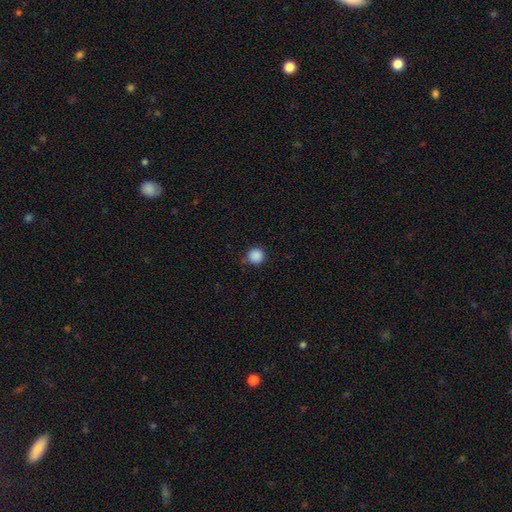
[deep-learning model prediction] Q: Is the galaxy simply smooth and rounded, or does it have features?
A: smooth — 88%.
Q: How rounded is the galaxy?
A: round — 94%.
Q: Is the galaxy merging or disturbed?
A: none — 83%.